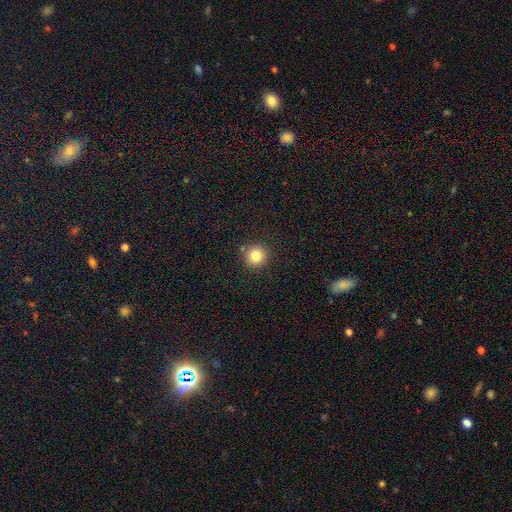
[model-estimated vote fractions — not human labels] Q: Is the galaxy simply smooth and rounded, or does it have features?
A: smooth — 81%.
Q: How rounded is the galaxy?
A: round — 93%.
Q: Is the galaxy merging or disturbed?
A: none — 85%.